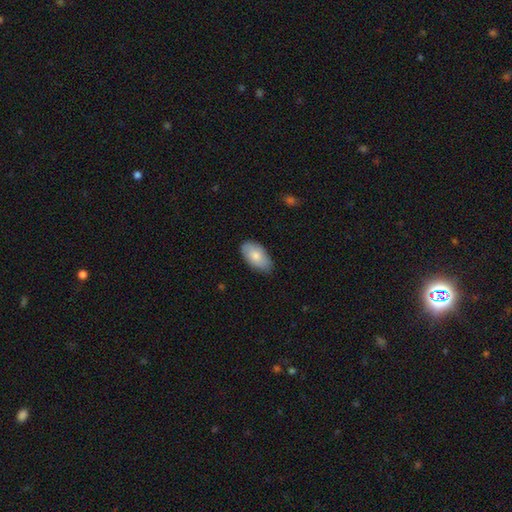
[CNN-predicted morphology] smooth_or_featured: smooth (p=0.78) [alt: featured or disk p=0.16]
how_rounded: in between (p=0.95) [alt: round p=0.03]
merging: none (p=0.78) [alt: minor disturbance p=0.18]